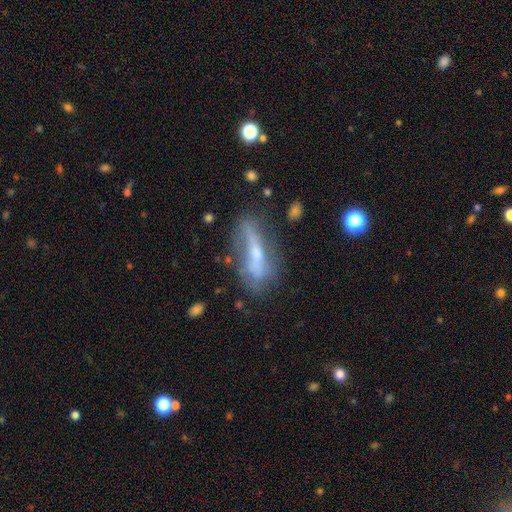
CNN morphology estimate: Smooth or featured?
  - featured or disk: 55% *
  - smooth: 36%
  - star or artifact: 9%
Edge-on disk?
  - no: 52% *
  - yes: 48%
Merging?
  - none: 55% *
  - minor disturbance: 25%
  - major disturbance: 14%
  - merger: 5%